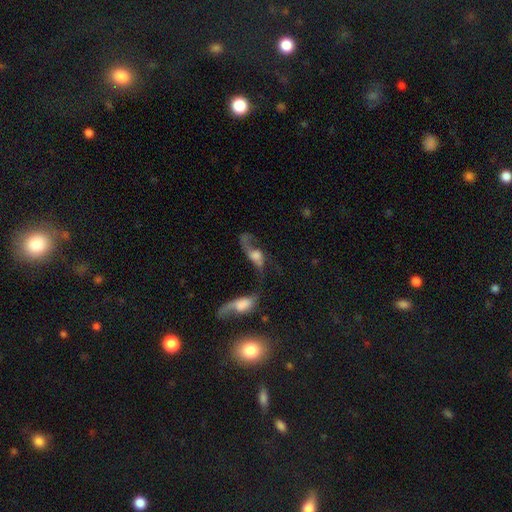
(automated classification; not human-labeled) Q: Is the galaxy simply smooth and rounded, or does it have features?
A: featured or disk — 62%.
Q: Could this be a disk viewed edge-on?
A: no — 87%.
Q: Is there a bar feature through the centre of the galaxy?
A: no — 65%.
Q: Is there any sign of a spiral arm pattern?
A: yes — 75%.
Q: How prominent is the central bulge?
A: moderate — 37%.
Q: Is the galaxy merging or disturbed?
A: merger — 48%.